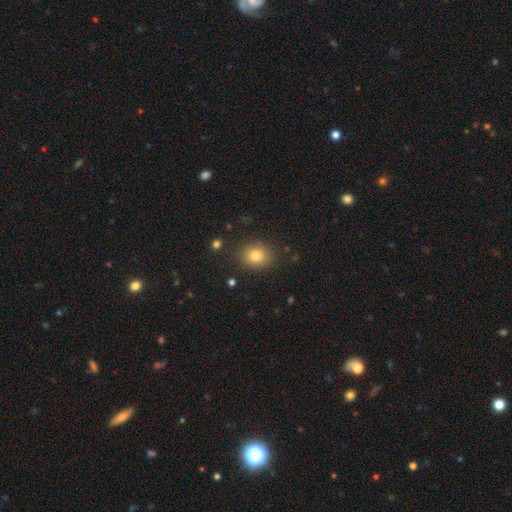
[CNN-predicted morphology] This appears to be a smooth galaxy with no disk features (81%) that is round (57%). Merging: none (85%).